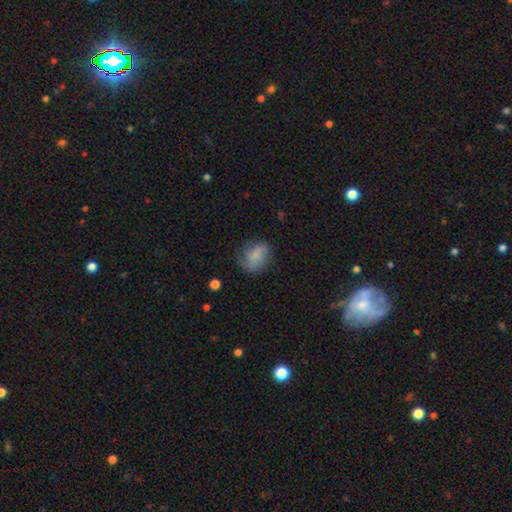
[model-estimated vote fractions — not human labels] smooth_or_featured: smooth (p=0.78) [alt: featured or disk p=0.14]
how_rounded: in between (p=0.57) [alt: round p=0.42]
merging: none (p=0.62) [alt: minor disturbance p=0.26]